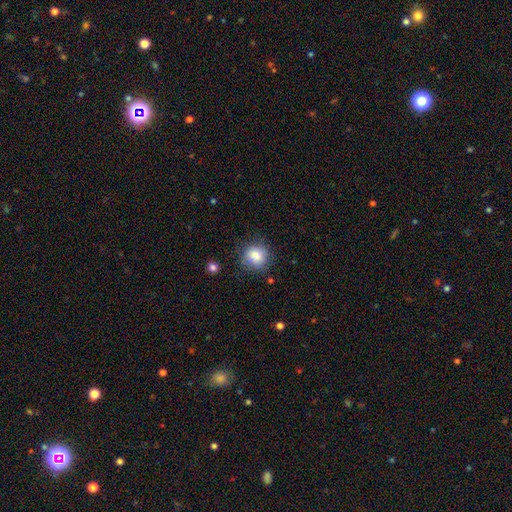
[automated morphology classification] A smooth galaxy with no disk features (83%) that is round (87%).

Vote fractions:
- Smooth or featured? smooth: 83% / star or artifact: 10% / featured or disk: 8%
- How rounded? round: 87% / in between: 12% / cigar-shaped: 1%
- Merging? none: 75% / minor disturbance: 17% / major disturbance: 5% / merger: 2%